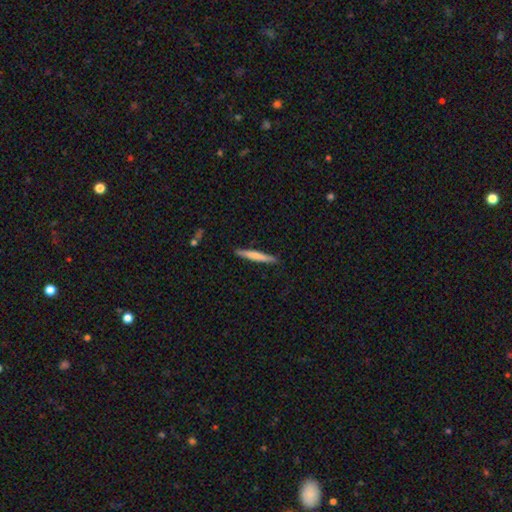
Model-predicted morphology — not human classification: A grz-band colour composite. It shows a smooth galaxy with no disk features (67%) that is cigar-shaped (95%). Merging: none (89%).